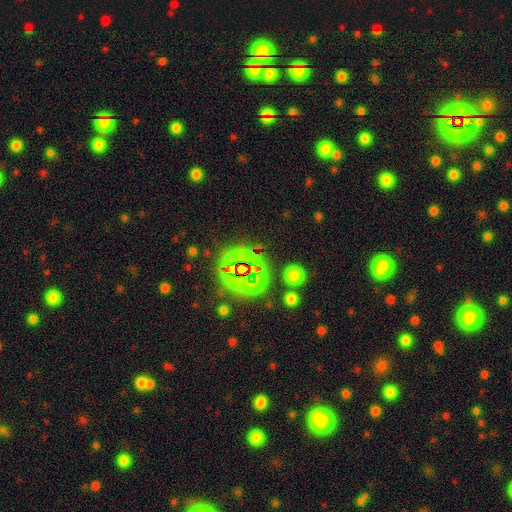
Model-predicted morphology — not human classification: smooth_or_featured: star or artifact (p=0.78) [alt: smooth p=0.14]